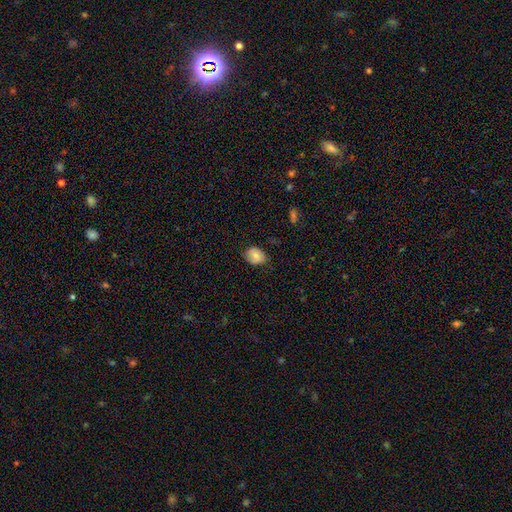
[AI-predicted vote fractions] Smooth or featured? Predicted: smooth (p=0.81). How rounded? Predicted: in between (p=0.55). Merging? Predicted: none (p=0.72).